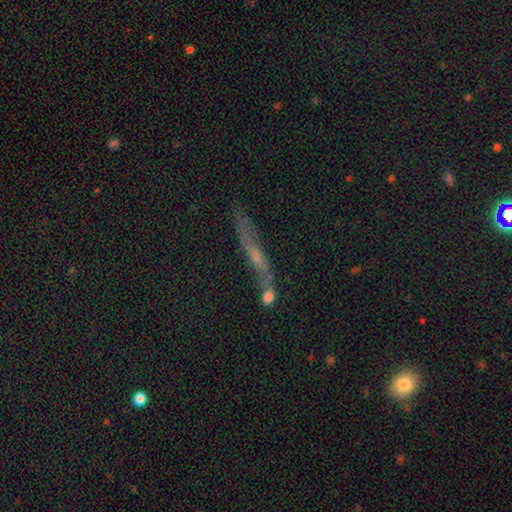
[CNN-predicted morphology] This is possibly a featured or disk galaxy (49%). Merging: likely none (62%).